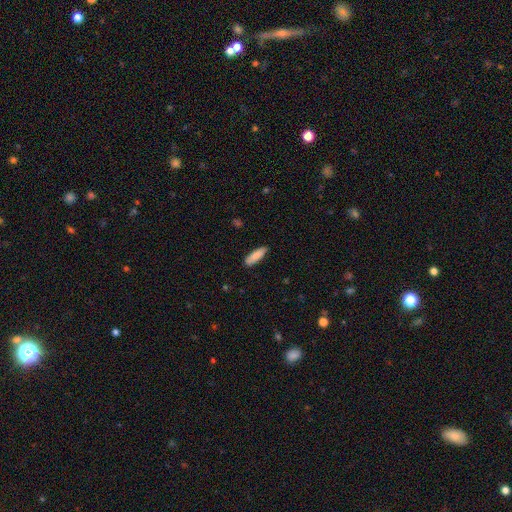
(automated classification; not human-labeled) smooth-or-featured: smooth: 87% | featured or disk: 8% | star or artifact: 6%
  how-rounded: cigar-shaped: 52% | in between: 46% | round: 2%
  merging: none: 84% | minor disturbance: 12% | major disturbance: 2% | merger: 1%